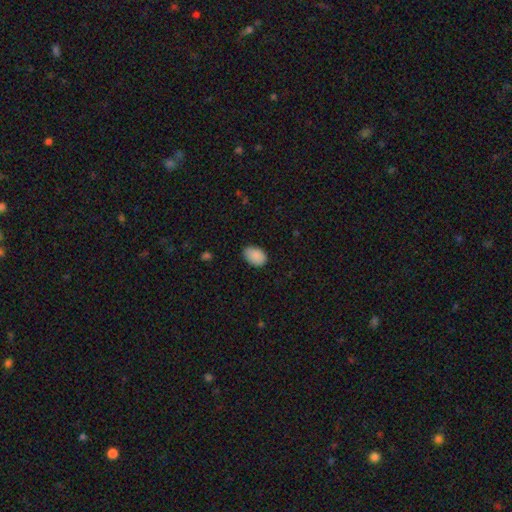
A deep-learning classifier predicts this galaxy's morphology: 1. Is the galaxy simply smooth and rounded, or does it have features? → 88% smooth, 7% star or artifact, 4% featured or disk.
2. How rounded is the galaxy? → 87% in between, 12% round, 1% cigar-shaped.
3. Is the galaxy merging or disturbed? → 76% none, 19% minor disturbance, 3% major disturbance, 1% merger.